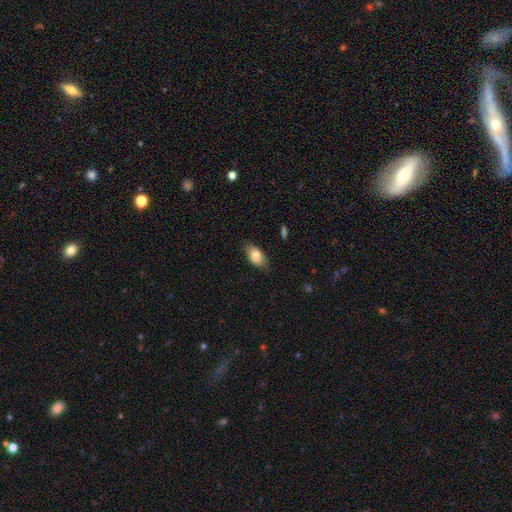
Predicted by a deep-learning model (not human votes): Smooth or featured? smooth (81%)
How rounded? in between (91%)
Merging? none (79%)